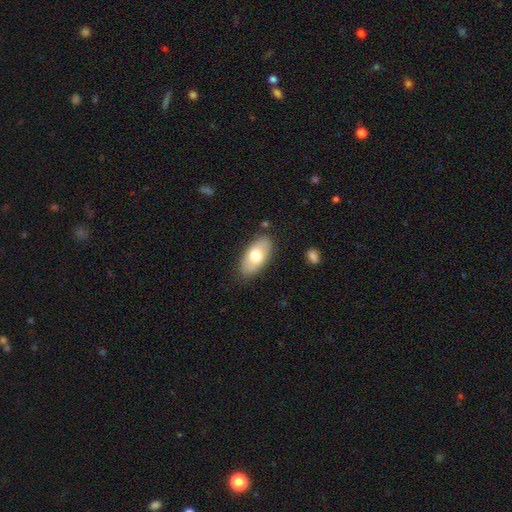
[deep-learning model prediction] The model was most divided on "smooth or featured": smooth: 68%, featured or disk: 26%, star or artifact: 6%. More confident: how rounded — in between (92%); merging — none (84%).